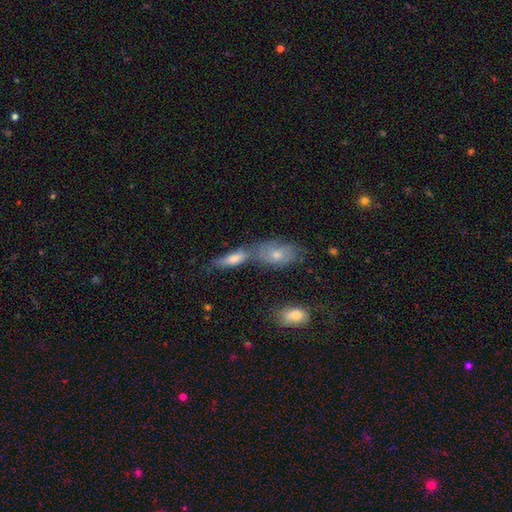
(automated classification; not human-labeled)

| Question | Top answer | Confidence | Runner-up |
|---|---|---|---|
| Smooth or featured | smooth | 47% | featured or disk (30%) |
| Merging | merger | 41% | none (39%) |